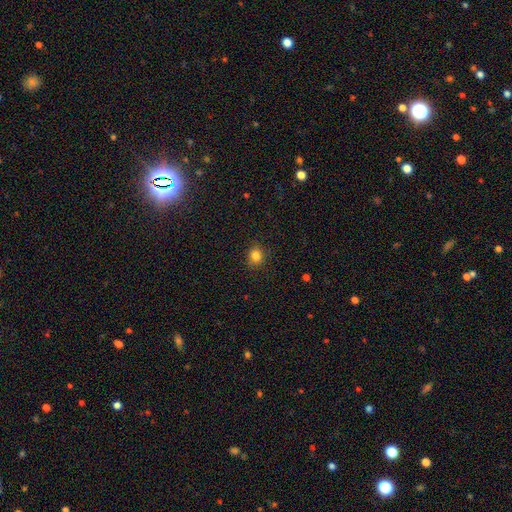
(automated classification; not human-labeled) Overall: smooth (83%). How rounded: round (71%). Merging: none (87%).